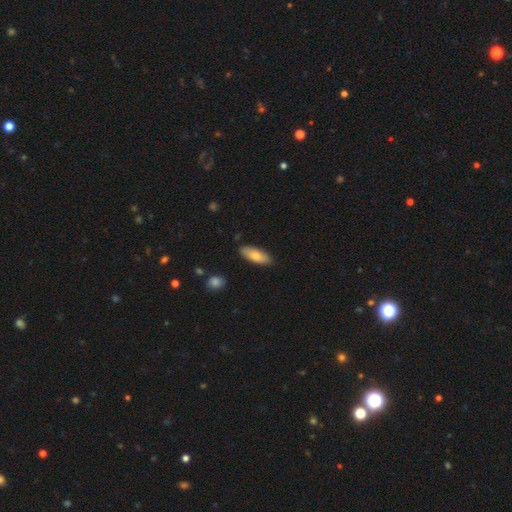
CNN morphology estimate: smooth 75%, featured or disk 19%, star or artifact 6%. Down the decision tree: how rounded — in between (77%); merging — none (85%).